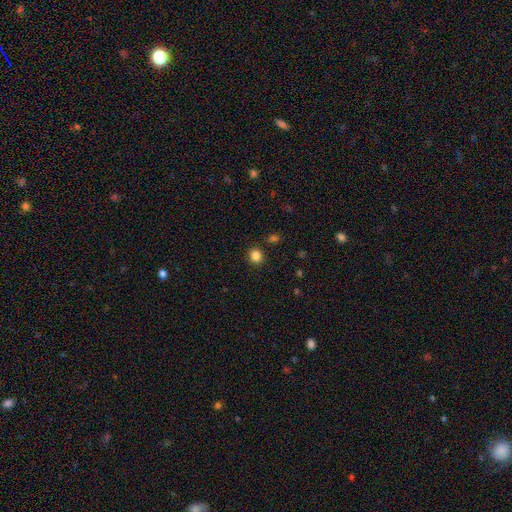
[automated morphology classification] A smooth galaxy with no disk features (85%) that is round (82%).

Vote fractions:
- Smooth or featured? smooth: 85% / star or artifact: 12% / featured or disk: 3%
- How rounded? round: 82% / in between: 17% / cigar-shaped: 1%
- Merging? none: 88% / minor disturbance: 7% / merger: 3% / major disturbance: 2%